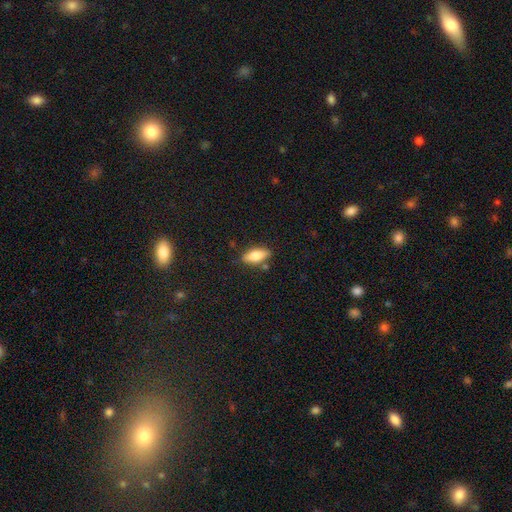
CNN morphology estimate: Overall: smooth (73%). How rounded: in between (78%). Merging: none (80%).